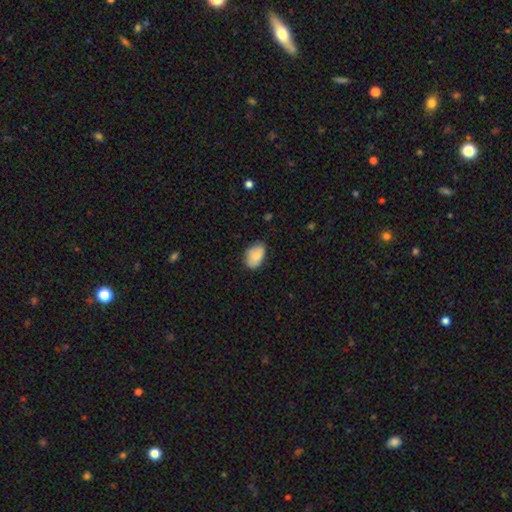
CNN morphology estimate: Overall: smooth (85%). How rounded: in between (90%). Merging: none (72%).